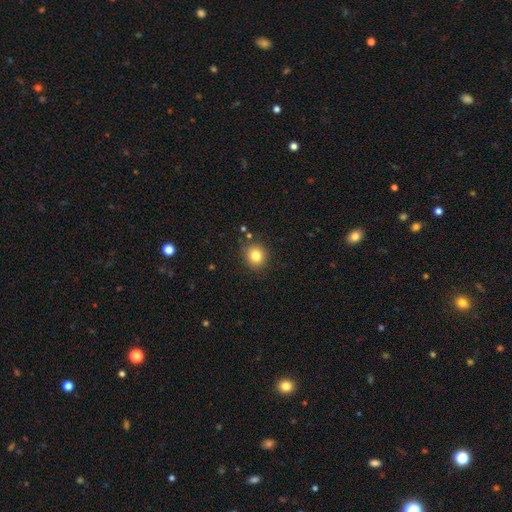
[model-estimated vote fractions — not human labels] Smooth or featured?
  - smooth: 81% *
  - star or artifact: 11%
  - featured or disk: 7%
How rounded?
  - round: 86% *
  - in between: 13%
  - cigar-shaped: 1%
Merging?
  - none: 87% *
  - minor disturbance: 9%
  - major disturbance: 2%
  - merger: 2%